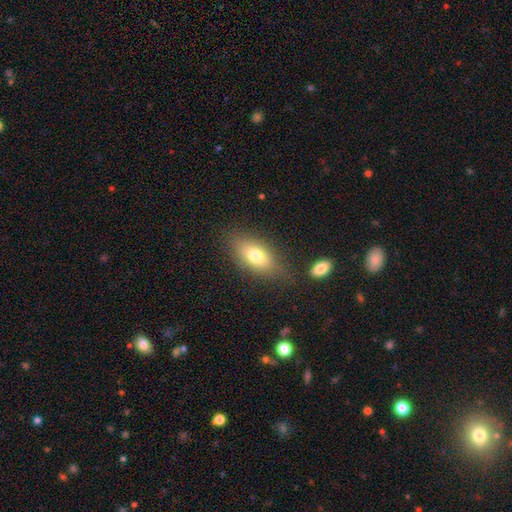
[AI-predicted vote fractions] Smooth or featured?
  - smooth: 74% *
  - featured or disk: 17%
  - star or artifact: 9%
How rounded?
  - in between: 85% *
  - cigar-shaped: 8%
  - round: 7%
Merging?
  - none: 73% *
  - minor disturbance: 16%
  - major disturbance: 6%
  - merger: 6%